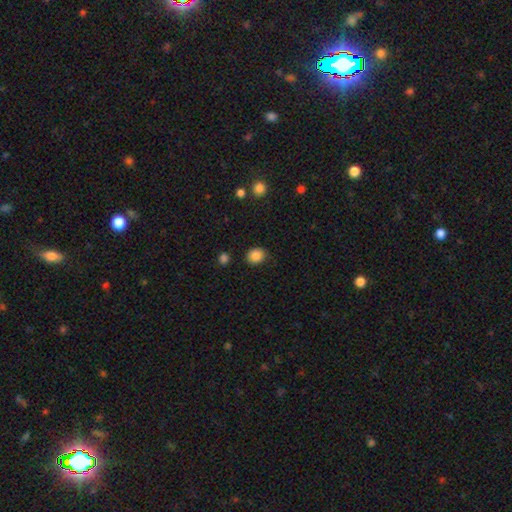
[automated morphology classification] This is clearly a smooth galaxy (86%). How rounded: likely round (63%). Merging: clearly none (83%).